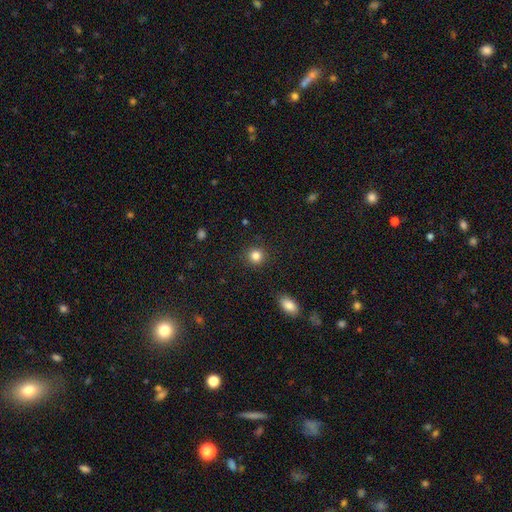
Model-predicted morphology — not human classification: A smooth galaxy with no disk features (85%) that is round (91%). Merging: none (91%).